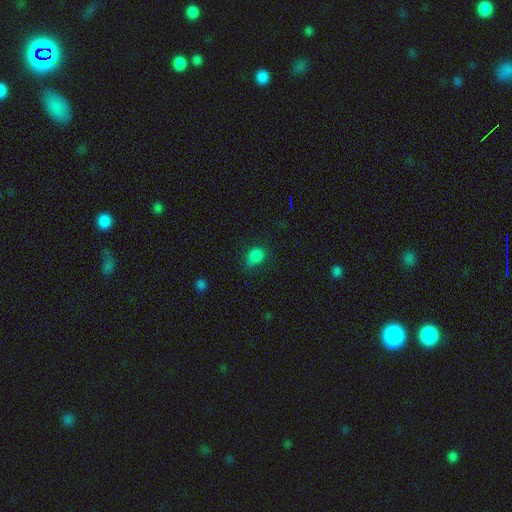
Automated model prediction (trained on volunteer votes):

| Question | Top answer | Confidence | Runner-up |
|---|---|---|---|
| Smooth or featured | smooth | 83% | star or artifact (13%) |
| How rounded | in between | 58% | round (40%) |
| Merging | none | 67% | minor disturbance (25%) |